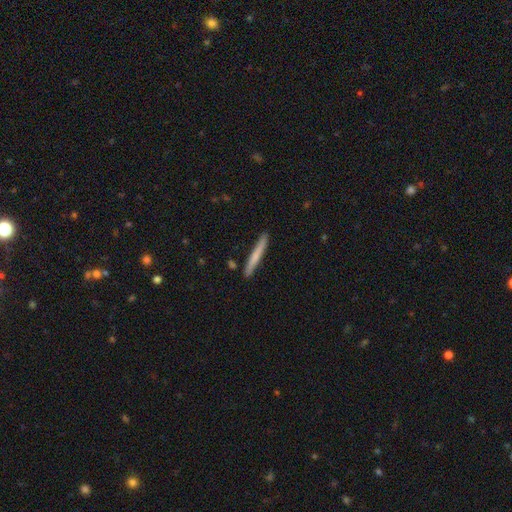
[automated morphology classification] smooth_or_featured: smooth (p=0.65) [alt: featured or disk p=0.30]
how_rounded: cigar-shaped (p=0.97) [alt: in between p=0.02]
merging: none (p=0.87) [alt: minor disturbance p=0.09]